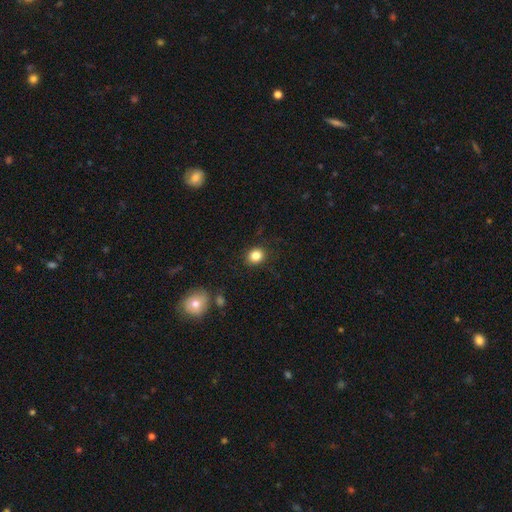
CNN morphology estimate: This is clearly a smooth galaxy (84%). How rounded: likely round (73%). Merging: clearly none (87%).